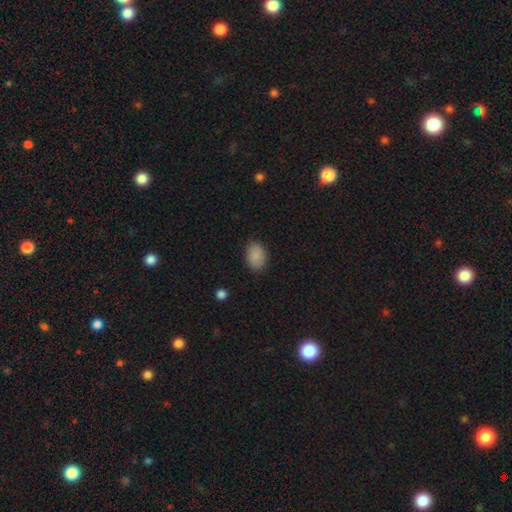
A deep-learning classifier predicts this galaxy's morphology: smooth-or-featured: smooth: 88% | star or artifact: 7% | featured or disk: 5%
  how-rounded: in between: 84% | round: 14% | cigar-shaped: 1%
  merging: none: 86% | minor disturbance: 11% | major disturbance: 3% | merger: 1%